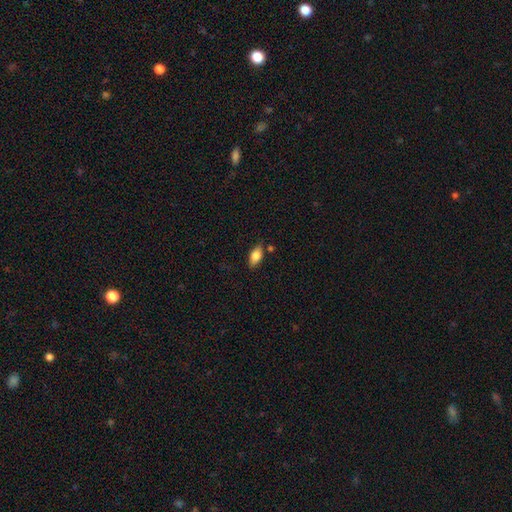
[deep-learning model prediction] This appears to be a smooth galaxy with no disk features (77%) that is in between round and cigar-shaped (87%). Merging: none (79%).